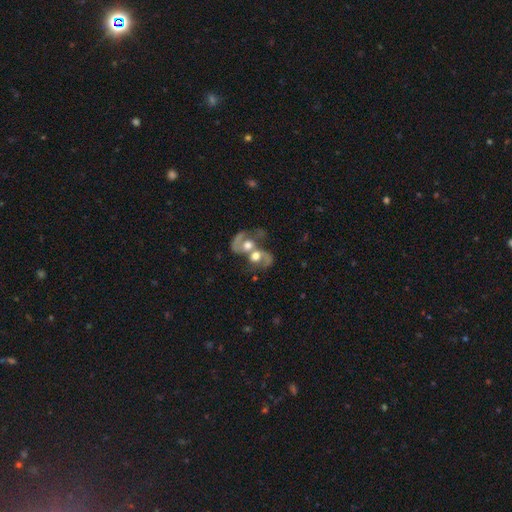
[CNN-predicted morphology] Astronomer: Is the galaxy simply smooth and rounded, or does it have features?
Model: featured or disk — 62%.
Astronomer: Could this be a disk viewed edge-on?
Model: no — 97%.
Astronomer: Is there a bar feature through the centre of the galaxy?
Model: no — 76%.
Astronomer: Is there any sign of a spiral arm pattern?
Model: yes — 68%.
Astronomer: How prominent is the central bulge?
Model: moderate — 48% (runner-up: large, 34%).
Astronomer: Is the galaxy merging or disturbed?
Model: merger — 78%.